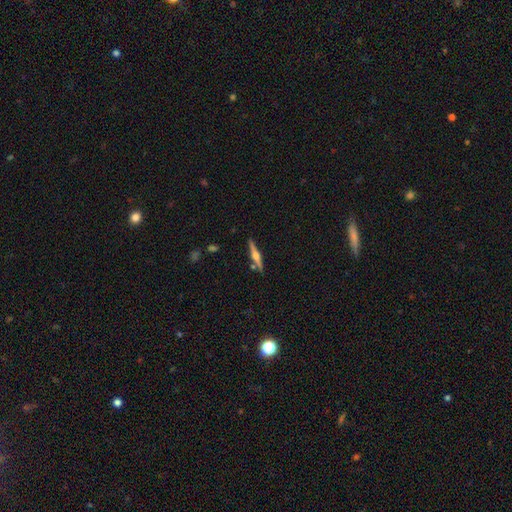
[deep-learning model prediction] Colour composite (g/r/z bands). It shows a featured or disk galaxy (72%) viewed edge-on (98%) with a rounded central bulge (91%). Merging: none (86%).